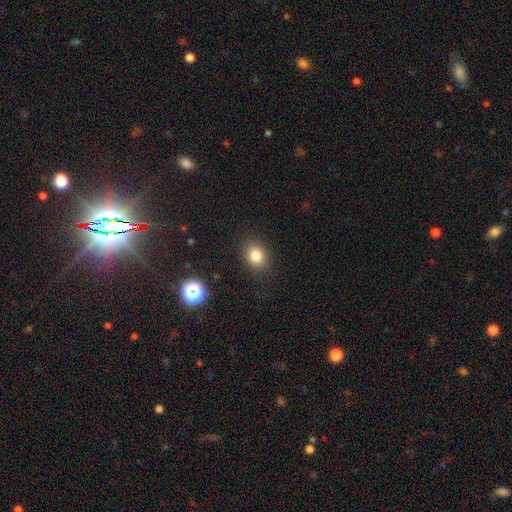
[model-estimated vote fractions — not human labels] smooth-or-featured: smooth: 82% | star or artifact: 12% | featured or disk: 7%
  how-rounded: in between: 51% | round: 48% | cigar-shaped: 1%
  merging: none: 87% | minor disturbance: 9% | major disturbance: 3% | merger: 1%